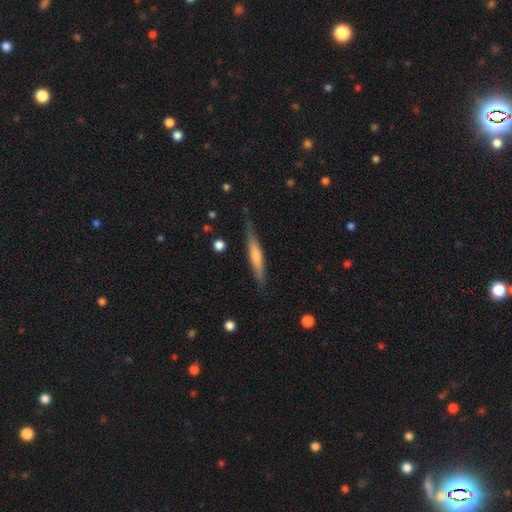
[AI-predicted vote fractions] This appears to be a smooth galaxy with no disk features (48%). Merging: none (79%).